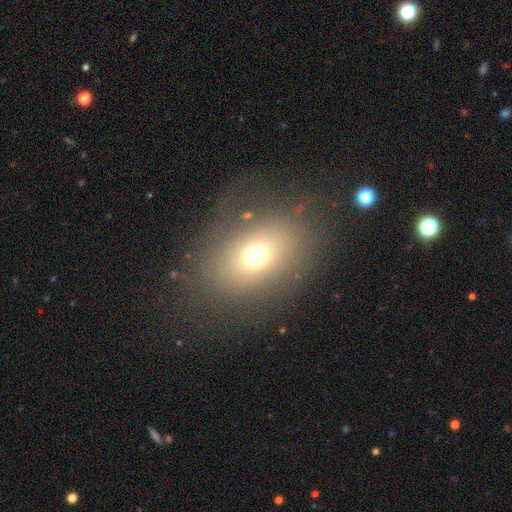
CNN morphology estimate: This appears to be a smooth galaxy with no disk features (65%) that is in between round and cigar-shaped (68%). Merging: none (66%).